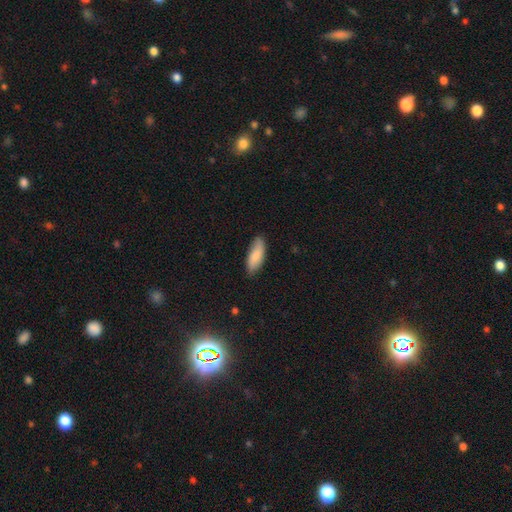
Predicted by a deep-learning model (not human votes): This appears to be a smooth galaxy with no disk features (82%) that is in between round and cigar-shaped (71%). Merging: none (79%).